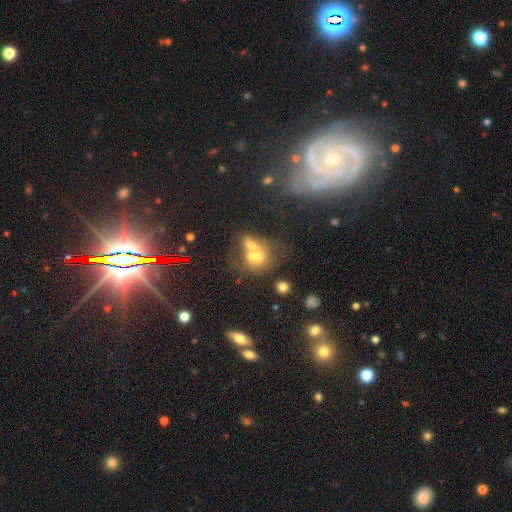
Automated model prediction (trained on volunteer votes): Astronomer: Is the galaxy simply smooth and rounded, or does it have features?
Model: smooth — 49% (runner-up: star or artifact, 26%).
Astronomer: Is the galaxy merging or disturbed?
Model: merger — 53% (runner-up: none, 30%).